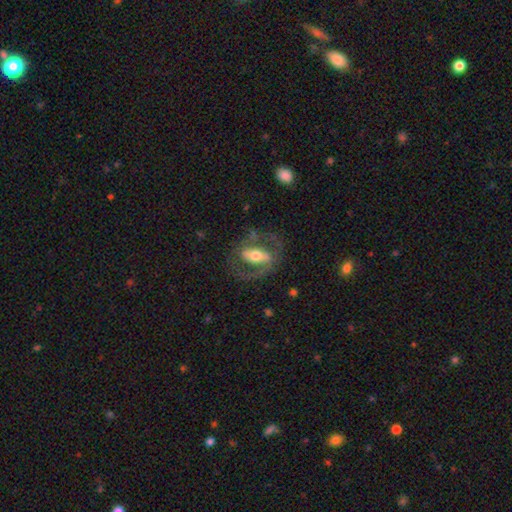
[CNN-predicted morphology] A featured or disk galaxy (72%) with a strong bar (52%), spiral arms (62%) and a moderate central bulge (64%).

Vote fractions:
- Smooth or featured? featured or disk: 72% / smooth: 22% / star or artifact: 6%
- Edge-on disk? no: 90% / yes: 10%
- Bar? strong: 52% / weak: 26% / no: 22%
- Spiral arms? yes: 62% / no: 38%
- Bulge size? moderate: 64% / small: 18% / large: 15% / dominant: 2% / none: 1%
- Merging? none: 64% / major disturbance: 18% / minor disturbance: 16% / merger: 2%